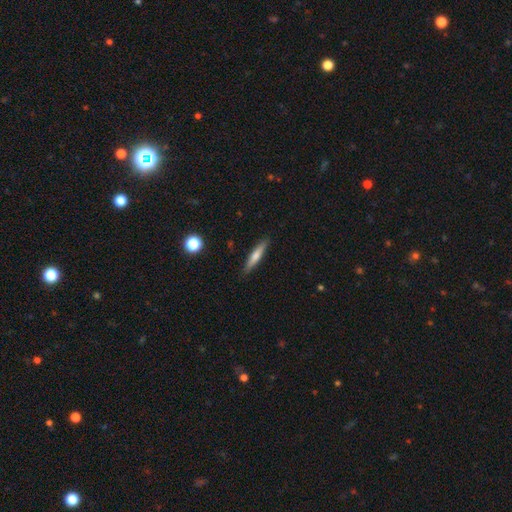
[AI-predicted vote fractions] smooth_or_featured: smooth (p=0.63) [alt: featured or disk p=0.31]
how_rounded: cigar-shaped (p=0.90) [alt: in between p=0.09]
merging: none (p=0.89) [alt: minor disturbance p=0.08]